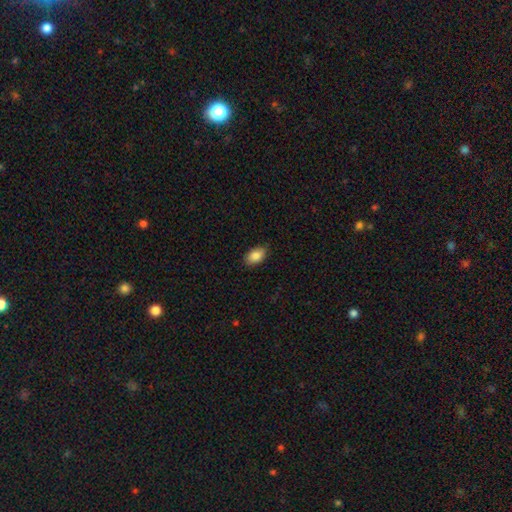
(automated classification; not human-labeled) Q: Smooth or featured?
A: smooth (87%); runner-up: star or artifact (7%)
Q: How rounded?
A: in between (91%); runner-up: round (7%)
Q: Merging?
A: none (86%); runner-up: minor disturbance (11%)